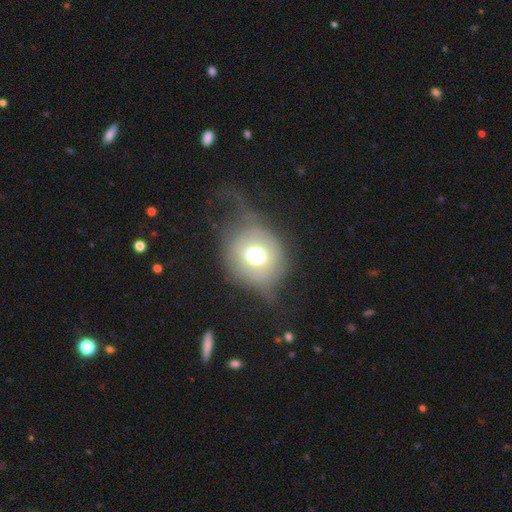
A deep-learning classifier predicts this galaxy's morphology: type=smooth (60%); roundness=round (77%); merging=none (39%).